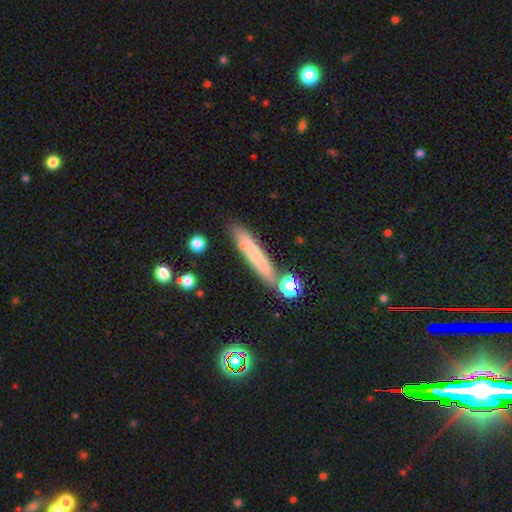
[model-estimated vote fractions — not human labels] Q: Smooth or featured?
A: smooth (62%); runner-up: featured or disk (27%)
Q: How rounded?
A: cigar-shaped (91%); runner-up: in between (6%)
Q: Merging?
A: none (76%); runner-up: minor disturbance (13%)